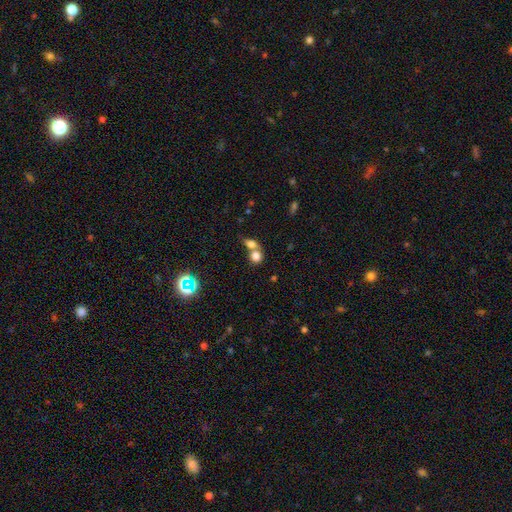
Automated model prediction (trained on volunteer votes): A smooth galaxy with no disk features (76%) that is round (66%). Merging: merger (56%).